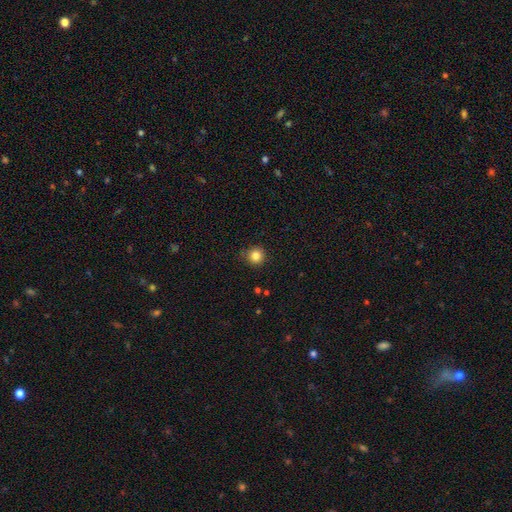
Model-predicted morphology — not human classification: smooth-or-featured: smooth: 83% | star or artifact: 11% | featured or disk: 5%
  how-rounded: round: 95% | in between: 4% | cigar-shaped: 1%
  merging: none: 88% | minor disturbance: 9% | major disturbance: 2% | merger: 1%